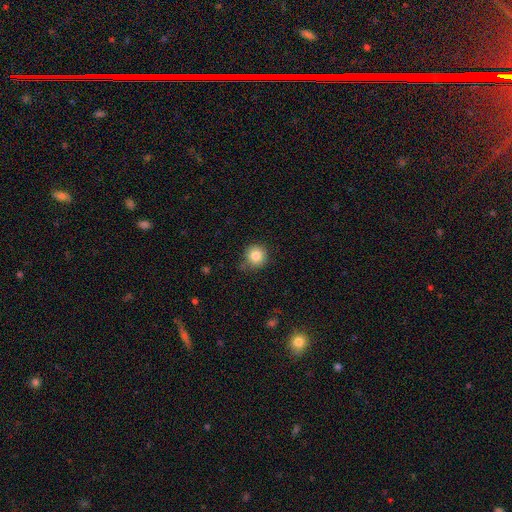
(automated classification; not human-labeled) A smooth galaxy with no disk features (83%) that is round (94%).

Vote fractions:
- Smooth or featured? smooth: 83% / star or artifact: 10% / featured or disk: 6%
- How rounded? round: 94% / in between: 5% / cigar-shaped: 1%
- Merging? none: 82% / minor disturbance: 13% / merger: 3% / major disturbance: 3%